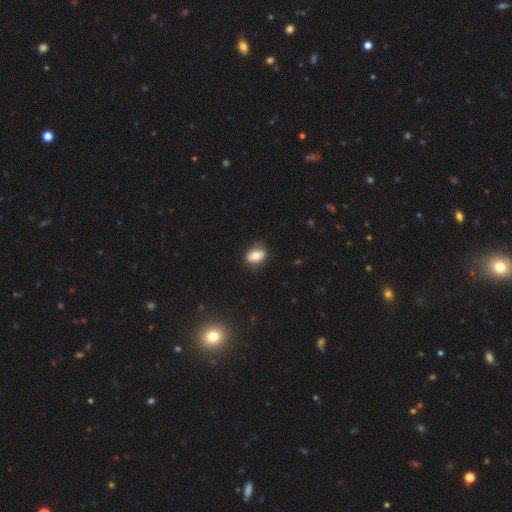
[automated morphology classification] Overall: smooth (72%). How rounded: in between (82%). Merging: none (80%).